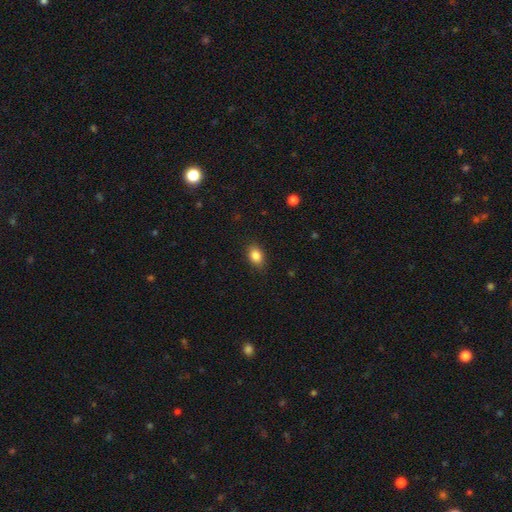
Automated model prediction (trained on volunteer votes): Overall: smooth (85%). How rounded: in between (77%). Merging: none (85%).